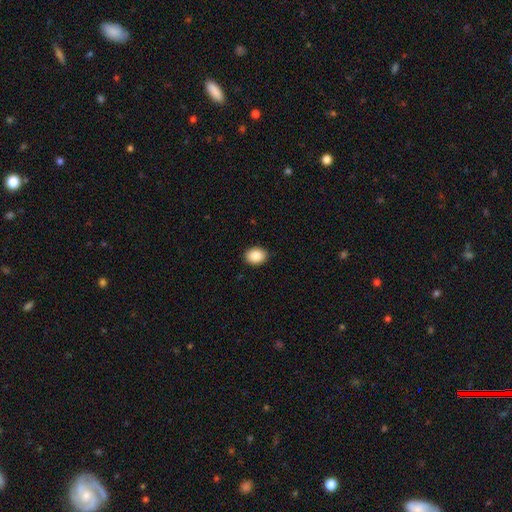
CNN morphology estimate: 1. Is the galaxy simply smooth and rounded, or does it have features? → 88% smooth, 8% star or artifact, 4% featured or disk.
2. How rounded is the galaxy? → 57% in between, 42% round, 1% cigar-shaped.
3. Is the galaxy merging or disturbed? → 90% none, 7% minor disturbance, 2% major disturbance, 1% merger.